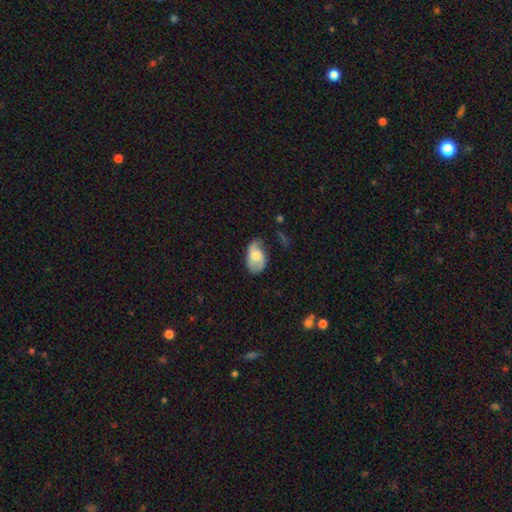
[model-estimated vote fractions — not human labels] Q: Smooth or featured?
A: featured or disk (55%); runner-up: smooth (38%)
Q: Edge-on disk?
A: no (96%); runner-up: yes (4%)
Q: Bar?
A: no (59%); runner-up: weak (34%)
Q: Spiral arms?
A: yes (86%); runner-up: no (14%)
Q: Bulge size?
A: moderate (51%); runner-up: large (19%)
Q: Merging?
A: none (56%); runner-up: minor disturbance (29%)